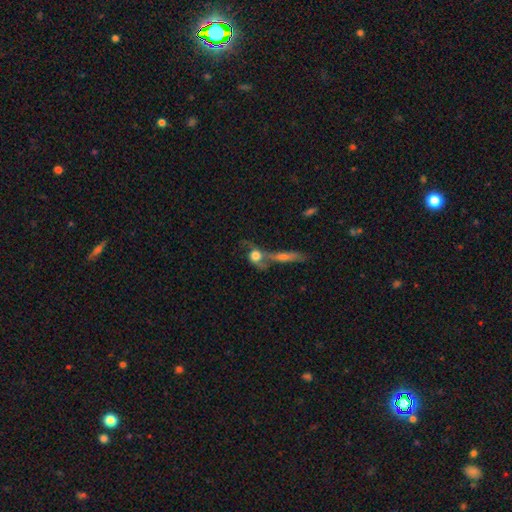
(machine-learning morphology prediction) This is possibly a smooth galaxy (50%). Merging: possibly merger (53%).